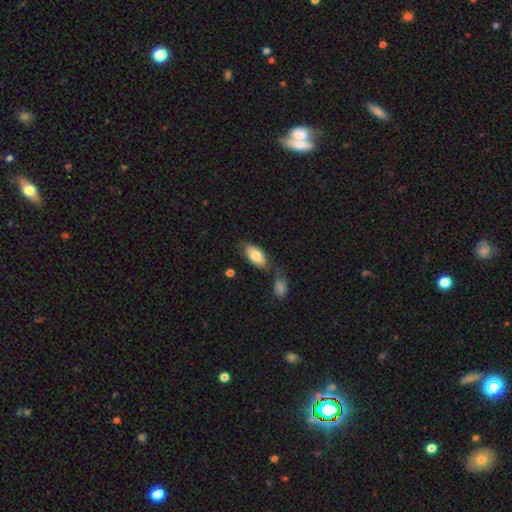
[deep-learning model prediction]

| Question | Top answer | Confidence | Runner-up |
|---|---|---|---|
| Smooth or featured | smooth | 80% | featured or disk (14%) |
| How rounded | in between | 91% | cigar-shaped (6%) |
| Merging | none | 63% | minor disturbance (18%) |